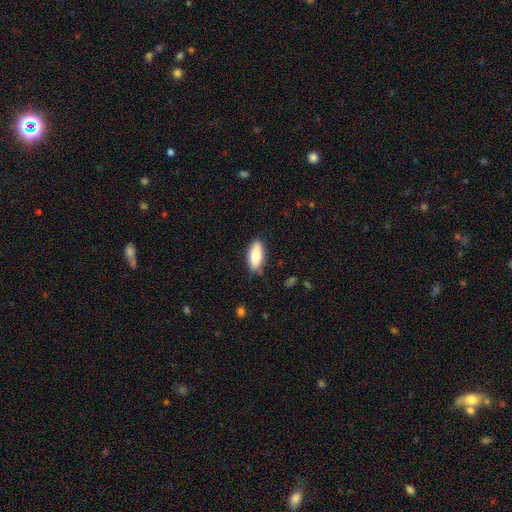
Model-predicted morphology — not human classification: Overall: smooth (83%). How rounded: in between (81%). Merging: none (83%).